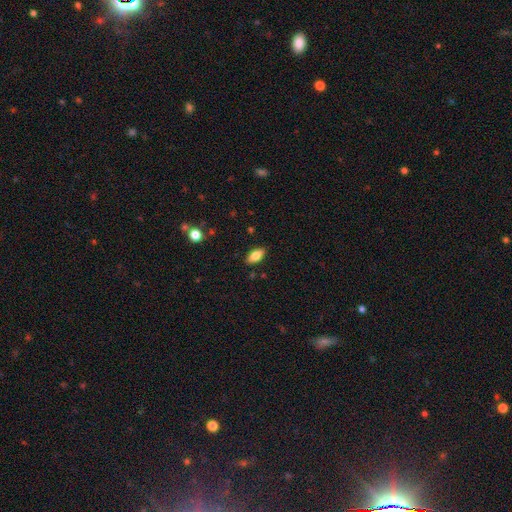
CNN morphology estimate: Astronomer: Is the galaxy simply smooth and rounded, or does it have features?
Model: smooth — 75%.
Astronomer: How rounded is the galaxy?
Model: in between — 86%.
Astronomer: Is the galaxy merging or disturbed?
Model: none — 87%.